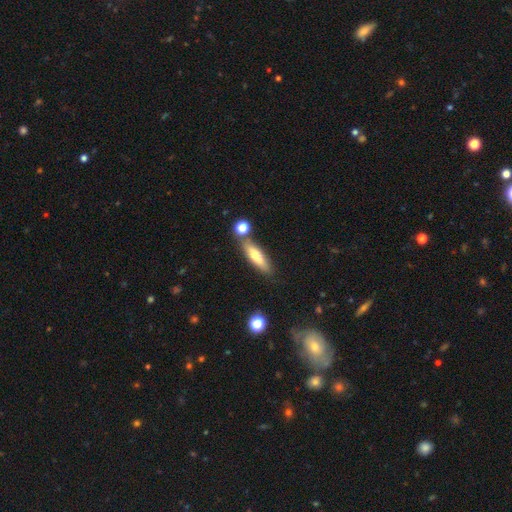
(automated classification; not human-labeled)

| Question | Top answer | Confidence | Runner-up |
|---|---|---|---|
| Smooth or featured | smooth | 65% | featured or disk (28%) |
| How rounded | cigar-shaped | 66% | in between (32%) |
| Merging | none | 72% | minor disturbance (13%) |